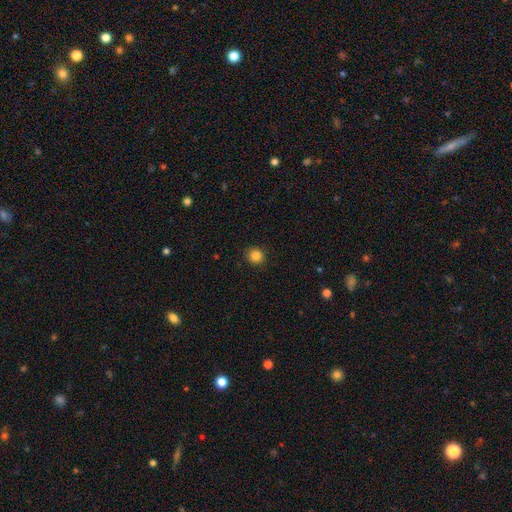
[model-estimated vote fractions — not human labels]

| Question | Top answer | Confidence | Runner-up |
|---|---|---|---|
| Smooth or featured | smooth | 85% | star or artifact (11%) |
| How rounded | round | 91% | in between (8%) |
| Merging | none | 91% | minor disturbance (6%) |